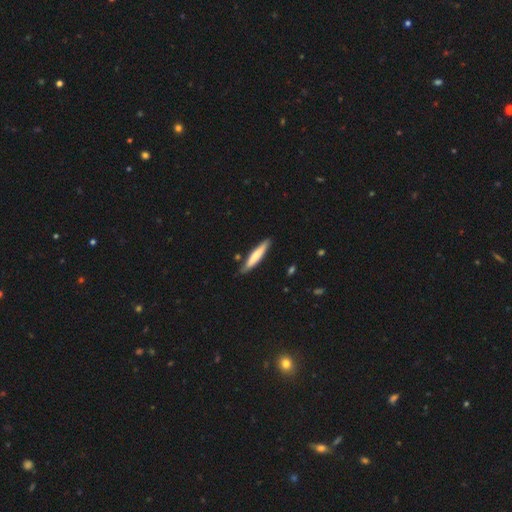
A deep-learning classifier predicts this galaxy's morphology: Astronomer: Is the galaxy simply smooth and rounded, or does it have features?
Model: smooth — 68%.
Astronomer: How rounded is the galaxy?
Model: cigar-shaped — 91%.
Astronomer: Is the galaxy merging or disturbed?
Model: none — 82%.